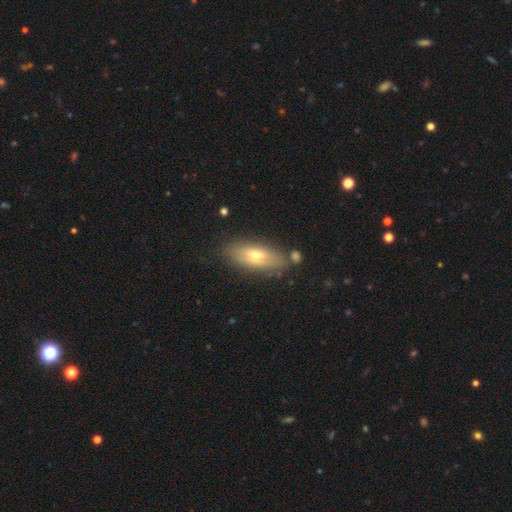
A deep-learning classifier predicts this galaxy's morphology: Q: Smooth or featured?
A: smooth (48%); runner-up: featured or disk (45%)
Q: Merging?
A: none (79%); runner-up: minor disturbance (13%)